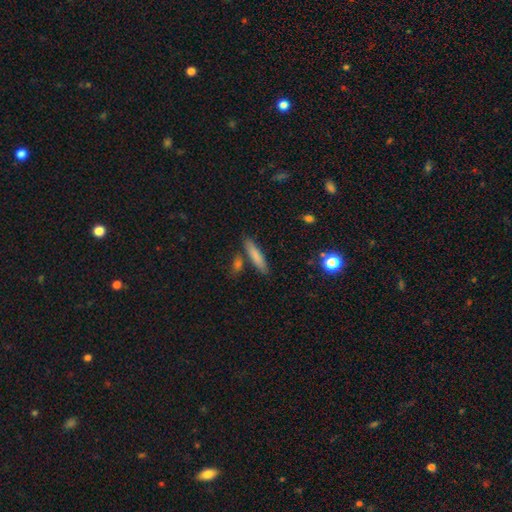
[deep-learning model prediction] Morphology: type=smooth (79%); roundness=cigar-shaped (83%); merging=none (80%).